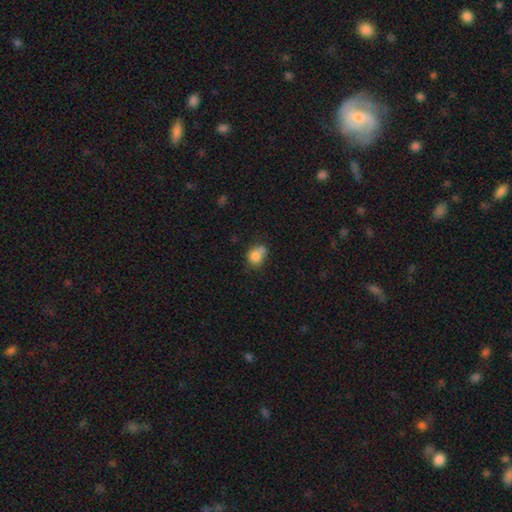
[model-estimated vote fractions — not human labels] Morphology: type=smooth (80%); roundness=round (63%); merging=none (41%).